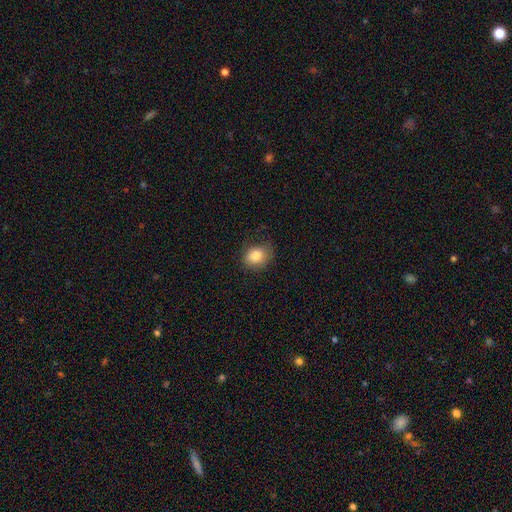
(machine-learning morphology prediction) Smooth or featured? smooth (85%)
How rounded? in between (50%, tied with round)
Merging? none (71%)